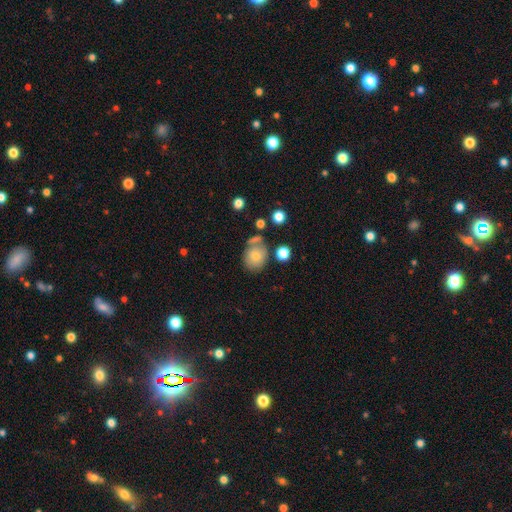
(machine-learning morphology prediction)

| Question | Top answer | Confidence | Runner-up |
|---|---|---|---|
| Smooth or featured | smooth | 74% | featured or disk (16%) |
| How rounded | round | 63% | in between (36%) |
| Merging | none | 57% | minor disturbance (18%) |